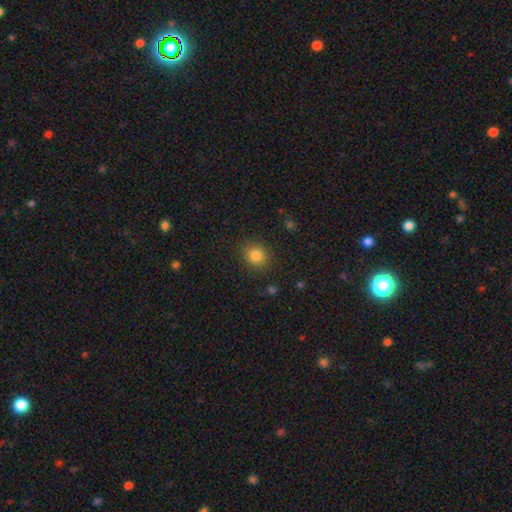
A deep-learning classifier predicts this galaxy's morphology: This is clearly a smooth galaxy (84%). How rounded: likely round (77%). Merging: clearly none (87%).